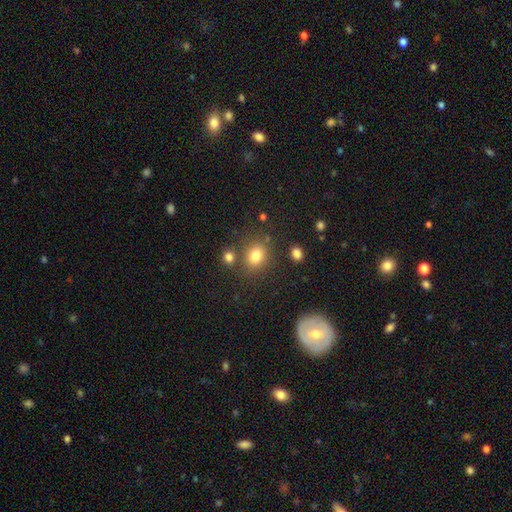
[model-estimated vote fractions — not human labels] Smooth or featured? smooth (80%)
How rounded? round (62%)
Merging? none (72%)